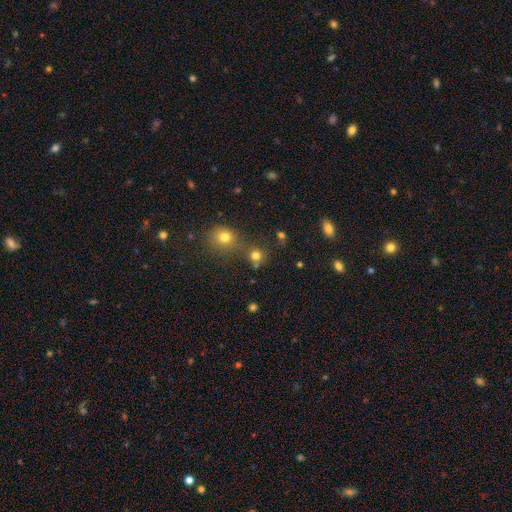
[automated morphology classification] Smooth or featured? Predicted: smooth (p=0.75). How rounded? Predicted: round (p=0.89). Merging? Predicted: none (p=0.64).